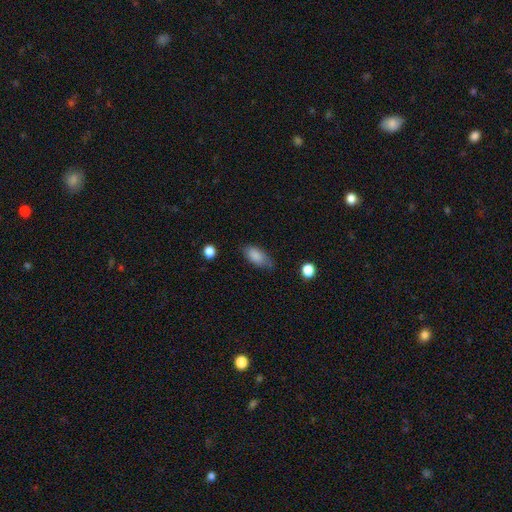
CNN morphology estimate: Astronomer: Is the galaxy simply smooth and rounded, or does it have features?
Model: smooth — 85%.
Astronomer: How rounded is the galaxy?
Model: in between — 90%.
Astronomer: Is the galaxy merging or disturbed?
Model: none — 64%.